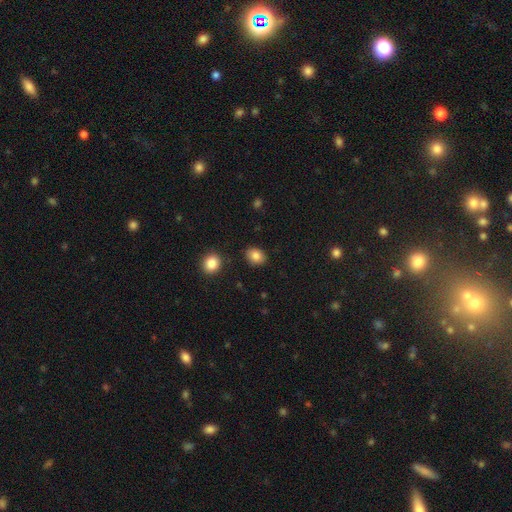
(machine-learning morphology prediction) Overall: smooth (84%). How rounded: in between (56%; round 43%). Merging: none (86%).